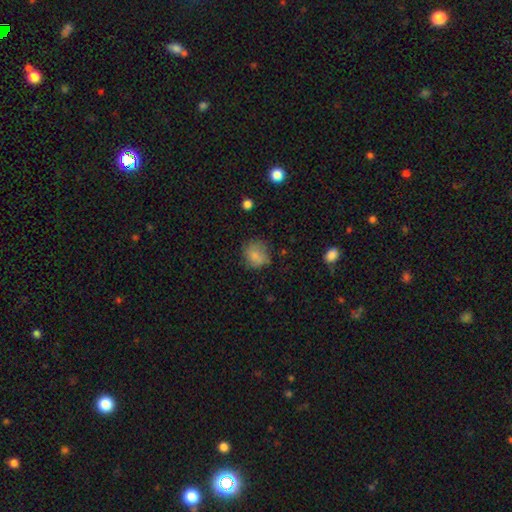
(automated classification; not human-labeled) Smooth or featured?
  - smooth: 80% *
  - star or artifact: 10%
  - featured or disk: 10%
How rounded?
  - round: 75% *
  - in between: 24%
  - cigar-shaped: 1%
Merging?
  - none: 66% *
  - minor disturbance: 24%
  - major disturbance: 9%
  - merger: 2%